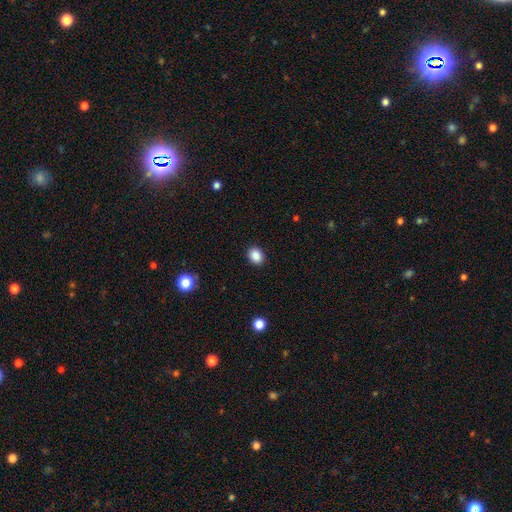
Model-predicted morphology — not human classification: Smooth or featured?
  - smooth: 88% *
  - star or artifact: 9%
  - featured or disk: 3%
How rounded?
  - round: 52% *
  - in between: 47%
  - cigar-shaped: 1%
Merging?
  - none: 91% *
  - minor disturbance: 6%
  - major disturbance: 2%
  - merger: 1%